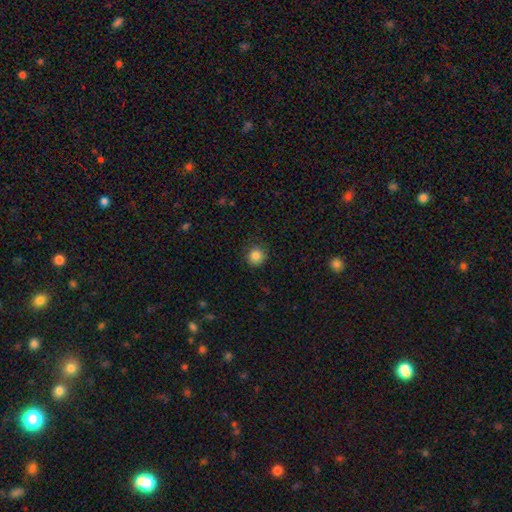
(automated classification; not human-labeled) This appears to be a smooth galaxy with no disk features (85%) that is round (92%). Merging: none (85%).